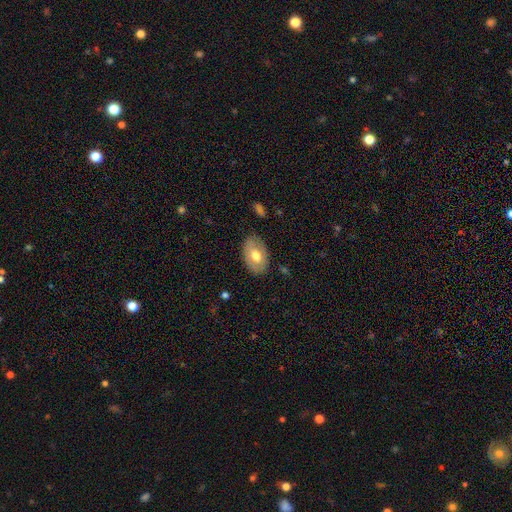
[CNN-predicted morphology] A smooth galaxy with no disk features (64%) that is in between round and cigar-shaped (90%).

Vote fractions:
- Smooth or featured? smooth: 64% / featured or disk: 29% / star or artifact: 6%
- How rounded? in between: 90% / round: 9% / cigar-shaped: 1%
- Merging? none: 80% / minor disturbance: 15% / major disturbance: 4% / merger: 1%